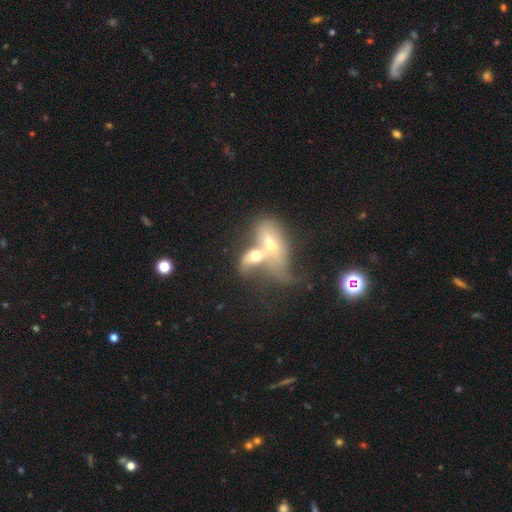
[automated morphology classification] Overall: smooth (47%; featured or disk 44%). Merging: merger (80%).